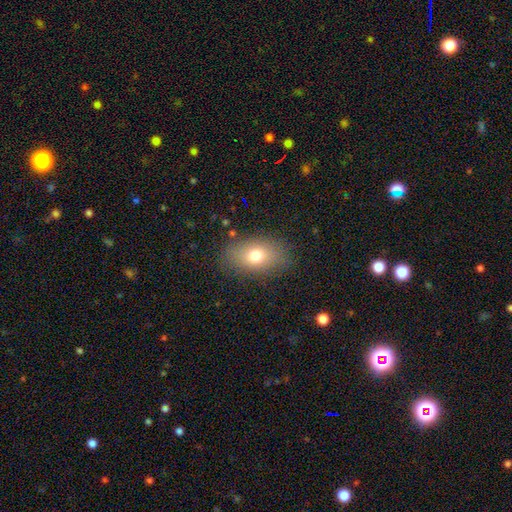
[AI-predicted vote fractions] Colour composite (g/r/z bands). It shows a smooth galaxy with no disk features (74%) that is in between round and cigar-shaped (84%). Merging: none (83%).